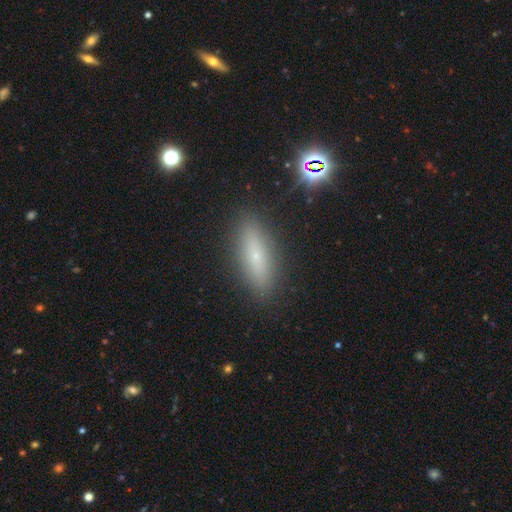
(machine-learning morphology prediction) smooth 56%, featured or disk 33%, star or artifact 11%. Down the decision tree: how rounded — cigar-shaped (58%); merging — none (88%).